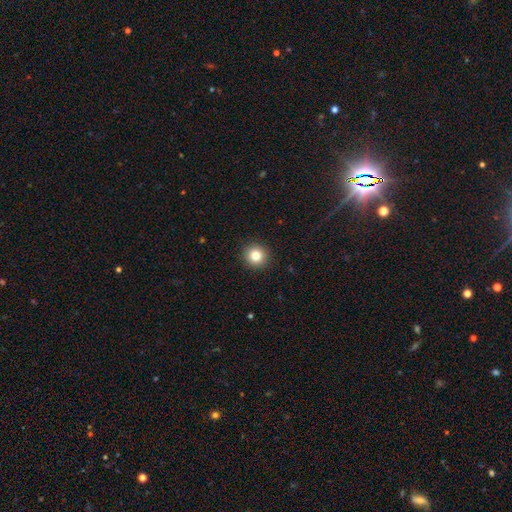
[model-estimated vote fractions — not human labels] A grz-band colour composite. It shows a smooth galaxy with no disk features (82%) that is round (92%). Merging: none (93%).